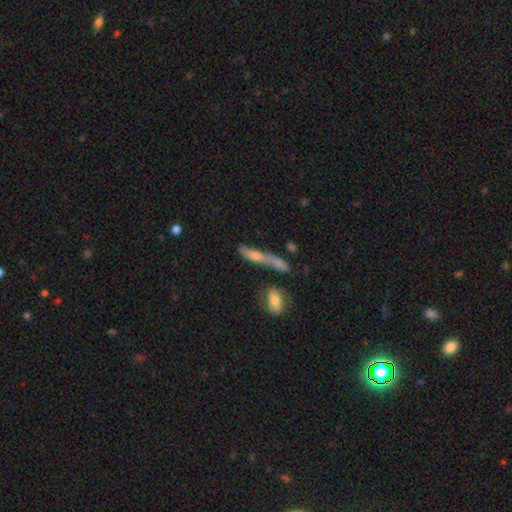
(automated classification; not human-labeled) The model was most divided on "smooth or featured": smooth: 50%, featured or disk: 40%, star or artifact: 10%. Remaining: merging — none (44%).